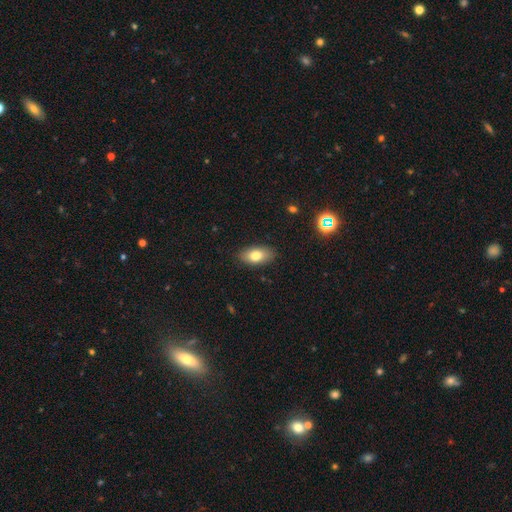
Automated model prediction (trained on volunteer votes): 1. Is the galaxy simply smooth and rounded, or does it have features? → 77% smooth, 15% featured or disk, 8% star or artifact.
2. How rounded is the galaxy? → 90% in between, 6% round, 4% cigar-shaped.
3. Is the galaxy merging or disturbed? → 87% none, 10% minor disturbance, 2% major disturbance, 1% merger.